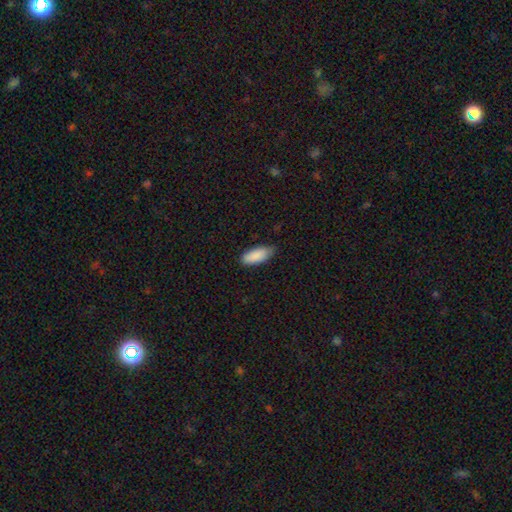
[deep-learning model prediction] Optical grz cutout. It shows a smooth galaxy with no disk features (89%) that is in between round and cigar-shaped (83%). Merging: none (70%).